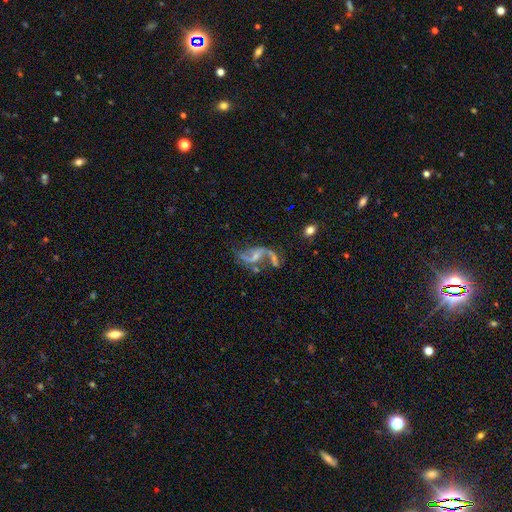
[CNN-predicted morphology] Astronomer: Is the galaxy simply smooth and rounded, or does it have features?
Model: featured or disk — 85%.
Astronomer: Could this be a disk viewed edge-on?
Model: no — 97%.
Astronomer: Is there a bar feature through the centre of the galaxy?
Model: weak — 43% (runner-up: no, 35%).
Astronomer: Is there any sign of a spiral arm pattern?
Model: yes — 92%.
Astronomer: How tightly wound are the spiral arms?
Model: loose — 82%.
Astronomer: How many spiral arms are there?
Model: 2 — 90%.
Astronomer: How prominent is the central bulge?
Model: small — 52%.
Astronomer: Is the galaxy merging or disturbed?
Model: none — 49%.